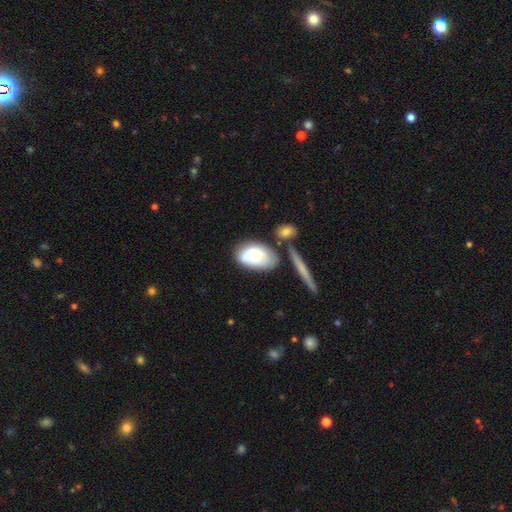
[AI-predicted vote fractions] smooth 59%, featured or disk 34%, star or artifact 7%. Down the decision tree: how rounded — in between (90%); merging — none (47%).